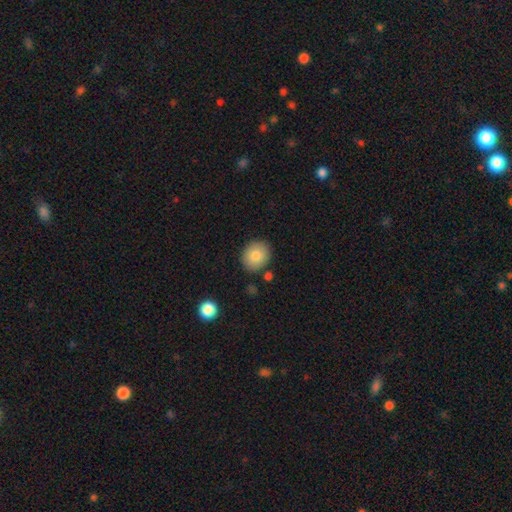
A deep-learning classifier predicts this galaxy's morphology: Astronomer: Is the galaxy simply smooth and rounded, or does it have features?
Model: smooth — 82%.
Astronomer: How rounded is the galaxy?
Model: round — 63%.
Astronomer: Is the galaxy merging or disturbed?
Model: none — 85%.